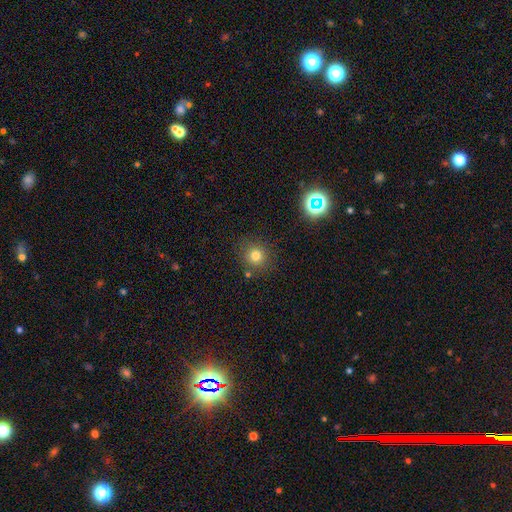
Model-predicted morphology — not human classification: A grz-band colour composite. It shows a smooth galaxy with no disk features (78%) that is round (88%). Merging: none (81%).